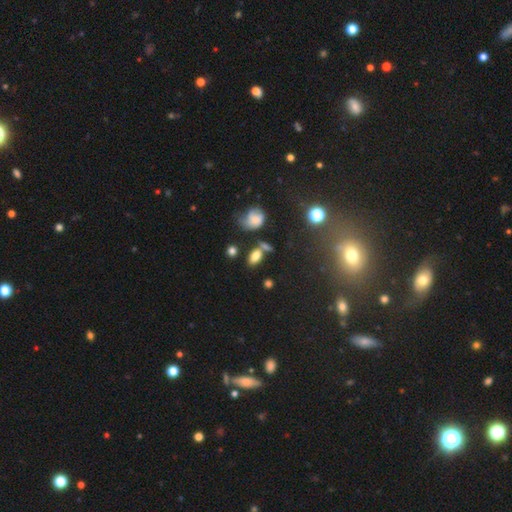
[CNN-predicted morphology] This appears to be a smooth galaxy with no disk features (77%) that is in between round and cigar-shaped (85%). Merging: none (58%).